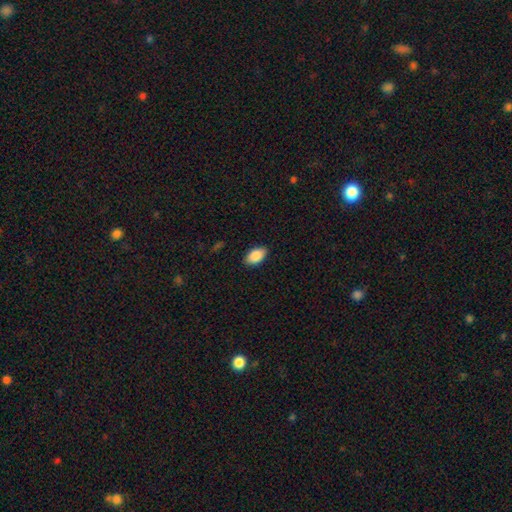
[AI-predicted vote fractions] A smooth galaxy with no disk features (88%) that is in between round and cigar-shaped (92%).

Vote fractions:
- Smooth or featured? smooth: 88% / star or artifact: 7% / featured or disk: 5%
- How rounded? in between: 92% / round: 5% / cigar-shaped: 2%
- Merging? none: 87% / minor disturbance: 10% / major disturbance: 2% / merger: 1%